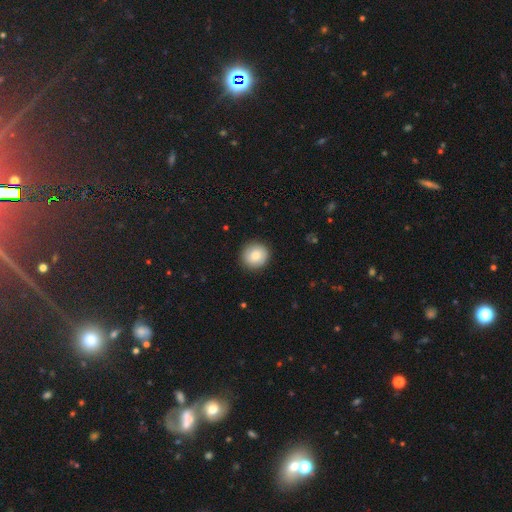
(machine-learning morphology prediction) smooth_or_featured: smooth (p=0.79) [alt: featured or disk p=0.13]
how_rounded: round (p=0.91) [alt: in between p=0.08]
merging: none (p=0.90) [alt: minor disturbance p=0.07]